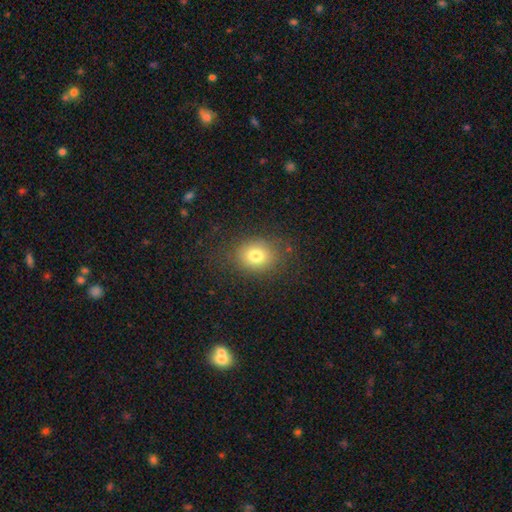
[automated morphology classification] A smooth galaxy with no disk features (78%) that is round (51%). Merging: none (81%).